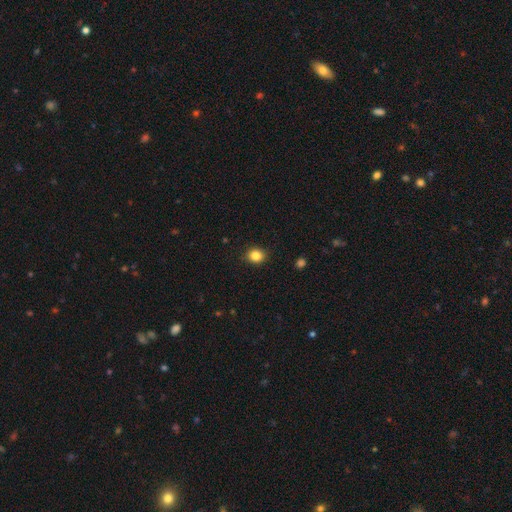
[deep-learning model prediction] Q: Smooth or featured?
A: smooth (85%); runner-up: star or artifact (11%)
Q: How rounded?
A: round (69%); runner-up: in between (30%)
Q: Merging?
A: none (90%); runner-up: minor disturbance (7%)